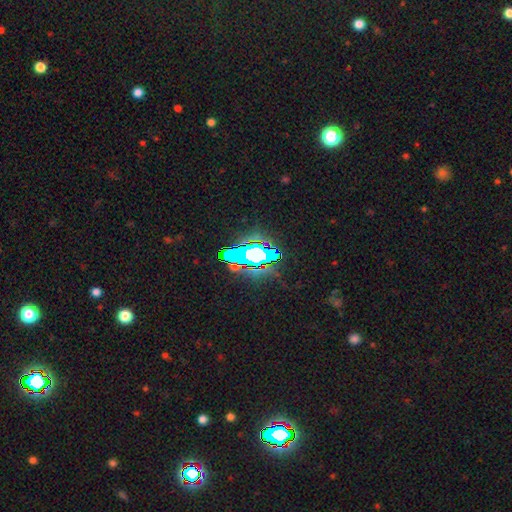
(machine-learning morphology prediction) The model was most divided on "smooth or featured": star or artifact: 78%, smooth: 13%, featured or disk: 8%.